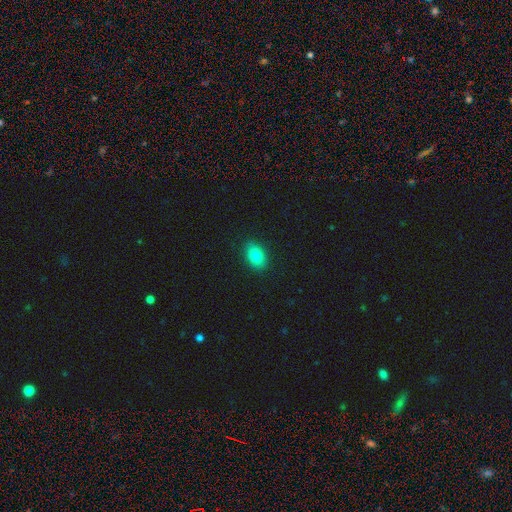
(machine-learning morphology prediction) The model was most divided on "how rounded": in between: 85%, round: 14%, cigar-shaped: 2%. More confident: merging — none (89%); smooth or featured — smooth (82%).